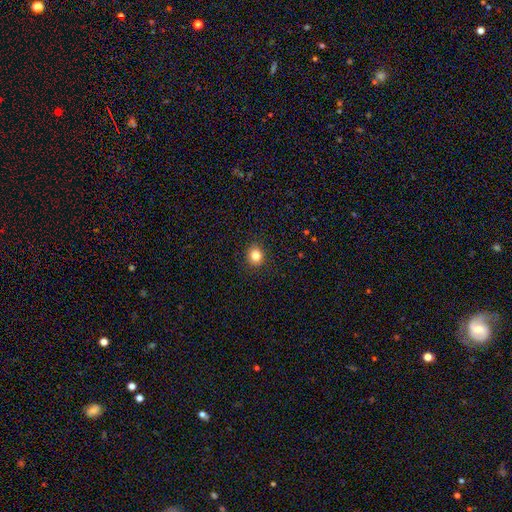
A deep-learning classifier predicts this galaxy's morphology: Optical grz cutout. It shows a smooth galaxy with no disk features (83%) that is round (76%). Merging: none (91%).